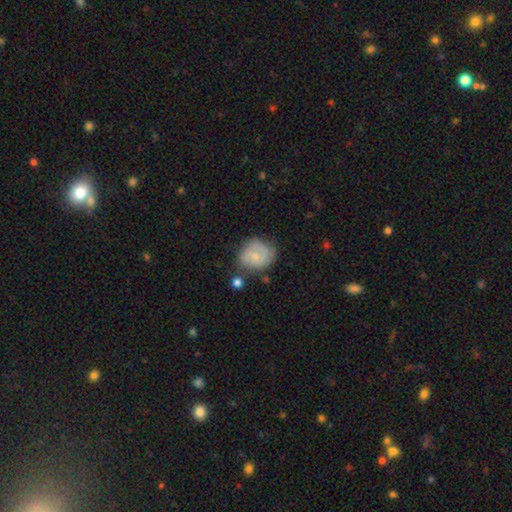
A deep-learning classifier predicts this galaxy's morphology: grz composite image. It shows a smooth galaxy with no disk features (53%) that is round (67%). Merging: none (53%).